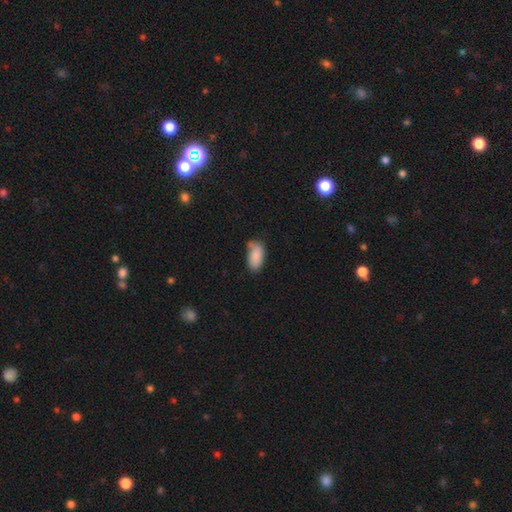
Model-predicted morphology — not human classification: Smooth or featured?
  - smooth: 85% *
  - featured or disk: 8%
  - star or artifact: 7%
How rounded?
  - in between: 93% *
  - cigar-shaped: 4%
  - round: 3%
Merging?
  - none: 60% *
  - minor disturbance: 28%
  - major disturbance: 6%
  - merger: 6%